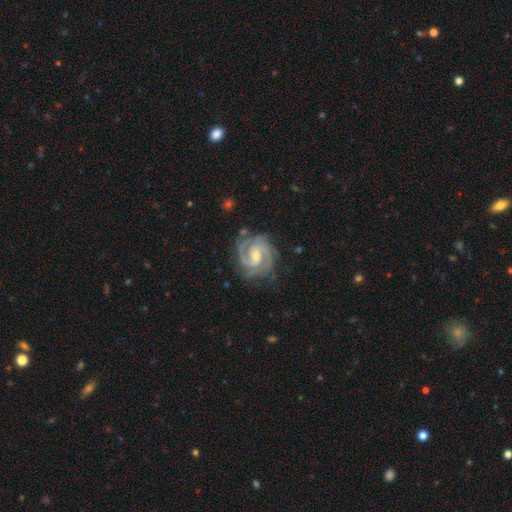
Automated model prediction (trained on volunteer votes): Smooth or featured? Predicted: featured or disk (p=0.92). Edge-on disk? Predicted: no (p=0.98). Bar? Predicted: weak (p=0.51). Spiral arms? Predicted: yes (p=0.99). Spiral winding? Predicted: tight (p=0.59). Spiral arm count? Predicted: 2 (p=0.57). Bulge size? Predicted: small (p=0.50). Merging? Predicted: none (p=0.75).